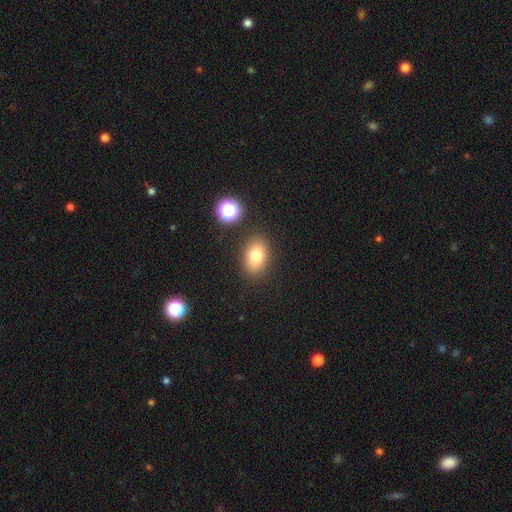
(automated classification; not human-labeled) Smooth or featured? Predicted: smooth (p=0.77). How rounded? Predicted: in between (p=0.78). Merging? Predicted: none (p=0.85).